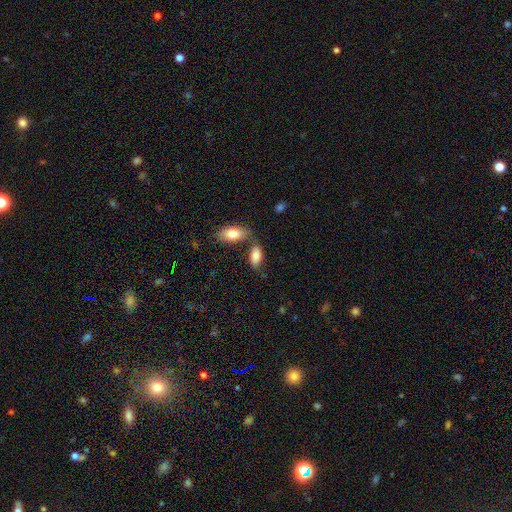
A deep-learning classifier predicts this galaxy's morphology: The model was most divided on "merging": none: 50%, merger: 26%, minor disturbance: 18%, major disturbance: 6%. More confident: how rounded — in between (92%); smooth or featured — smooth (84%).